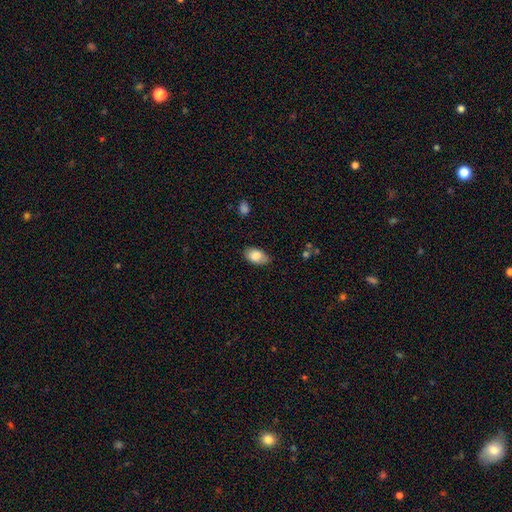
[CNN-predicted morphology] Smooth or featured? Predicted: smooth (p=0.84). How rounded? Predicted: in between (p=0.91). Merging? Predicted: none (p=0.72).